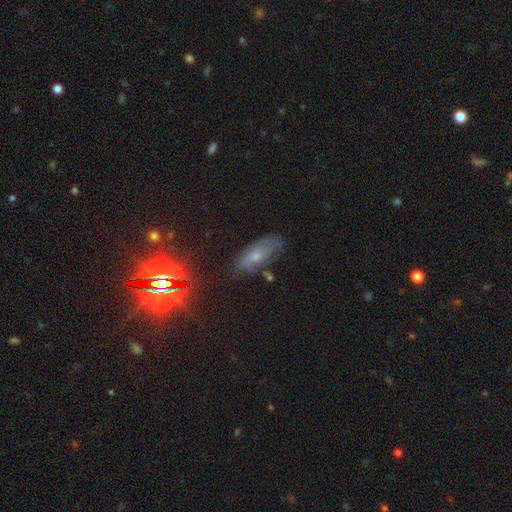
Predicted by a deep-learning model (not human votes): This appears to be a smooth galaxy with no disk features (46%). Merging: none (65%).